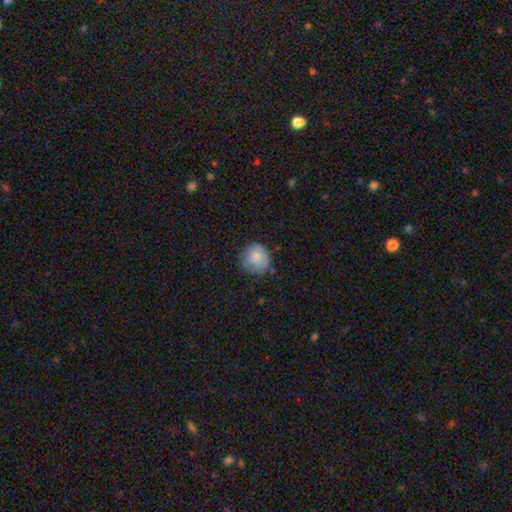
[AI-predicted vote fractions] smooth 77%, featured or disk 15%, star or artifact 8%. Down the decision tree: how rounded — round (87%); merging — none (66%).